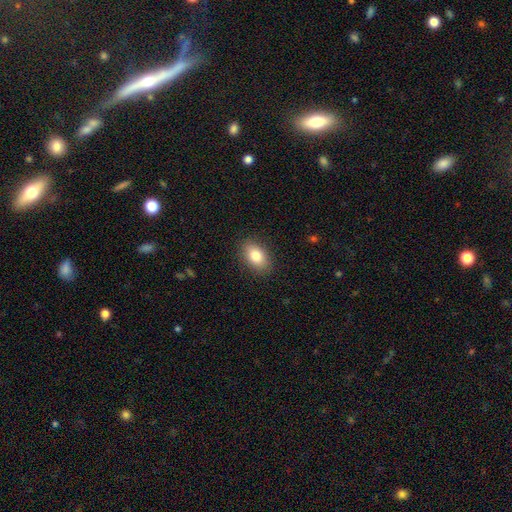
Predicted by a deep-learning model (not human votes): Q: Smooth or featured?
A: smooth (83%); runner-up: featured or disk (9%)
Q: How rounded?
A: in between (88%); runner-up: round (10%)
Q: Merging?
A: none (88%); runner-up: minor disturbance (9%)